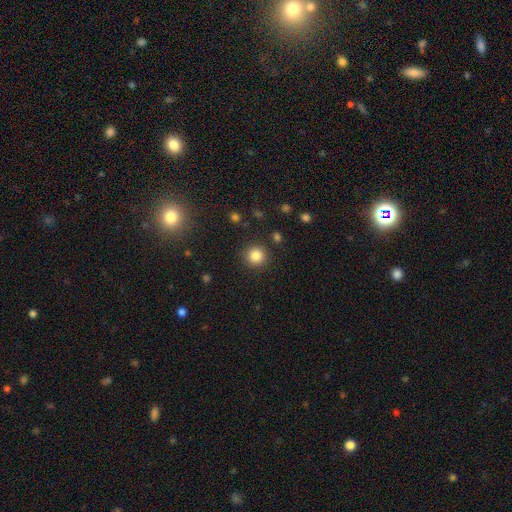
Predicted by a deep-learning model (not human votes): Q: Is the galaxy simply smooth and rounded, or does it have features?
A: smooth — 84%.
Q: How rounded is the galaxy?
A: round — 94%.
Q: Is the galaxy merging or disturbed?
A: none — 90%.